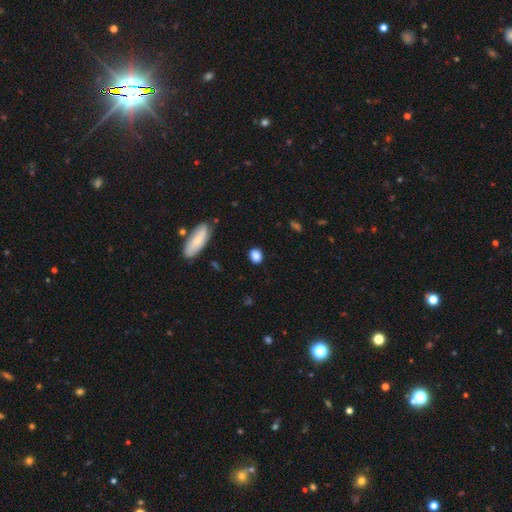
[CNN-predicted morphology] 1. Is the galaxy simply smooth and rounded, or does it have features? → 85% smooth, 9% star or artifact, 6% featured or disk.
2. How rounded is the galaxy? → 63% in between, 34% round, 3% cigar-shaped.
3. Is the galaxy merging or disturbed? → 79% none, 15% minor disturbance, 4% major disturbance, 2% merger.